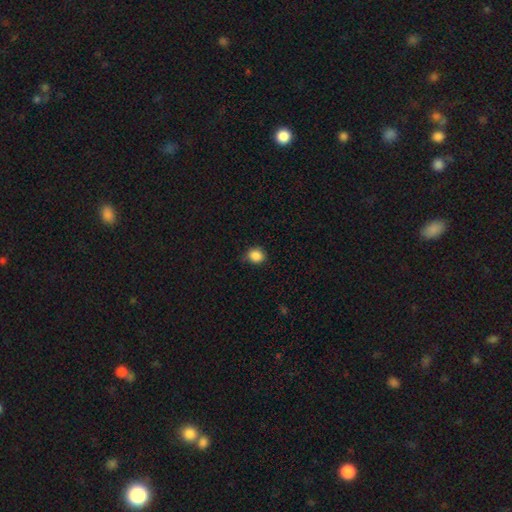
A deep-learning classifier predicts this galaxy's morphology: Smooth or featured? Predicted: smooth (p=0.87). How rounded? Predicted: round (p=0.72). Merging? Predicted: none (p=0.76).